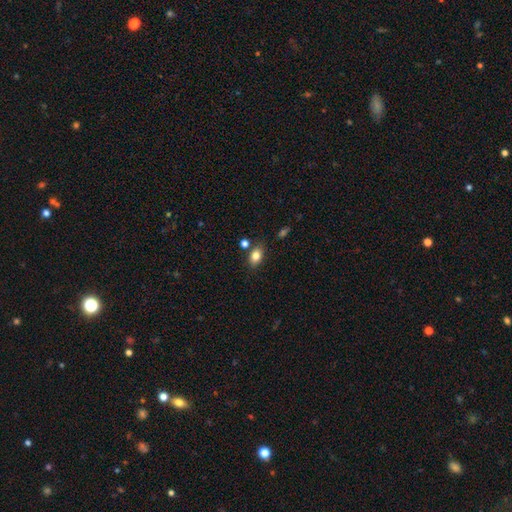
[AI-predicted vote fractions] Q: Smooth or featured?
A: smooth (82%); runner-up: star or artifact (10%)
Q: How rounded?
A: in between (79%); runner-up: round (19%)
Q: Merging?
A: none (77%); runner-up: minor disturbance (12%)